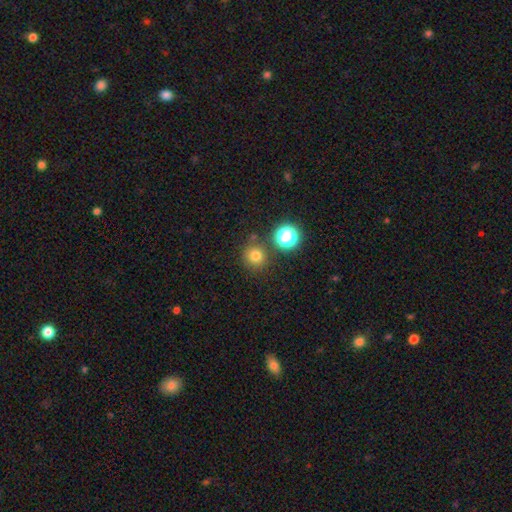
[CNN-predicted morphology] smooth-or-featured: smooth: 75% | star or artifact: 19% | featured or disk: 7%
  how-rounded: round: 93% | in between: 6% | cigar-shaped: 1%
  merging: none: 82% | minor disturbance: 8% | merger: 7% | major disturbance: 3%